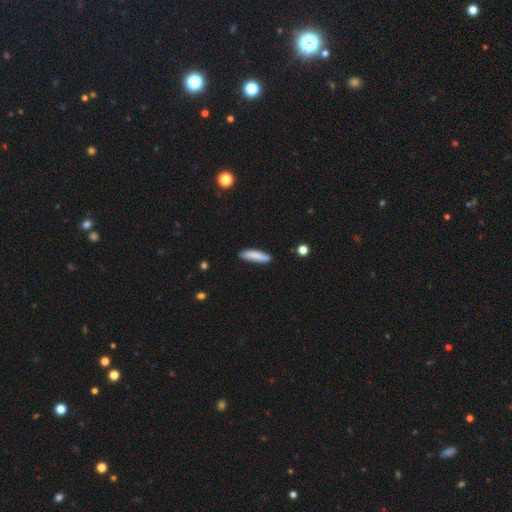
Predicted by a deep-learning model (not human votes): Q: Smooth or featured?
A: smooth (84%); runner-up: featured or disk (10%)
Q: How rounded?
A: cigar-shaped (81%); runner-up: in between (18%)
Q: Merging?
A: none (84%); runner-up: minor disturbance (12%)